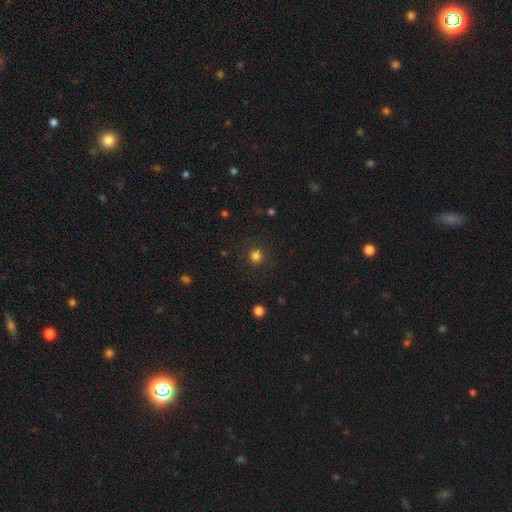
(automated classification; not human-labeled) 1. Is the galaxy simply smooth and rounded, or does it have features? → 80% smooth, 15% star or artifact, 5% featured or disk.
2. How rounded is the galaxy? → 94% round, 5% in between, 1% cigar-shaped.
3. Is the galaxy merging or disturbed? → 87% none, 8% minor disturbance, 3% major disturbance, 2% merger.